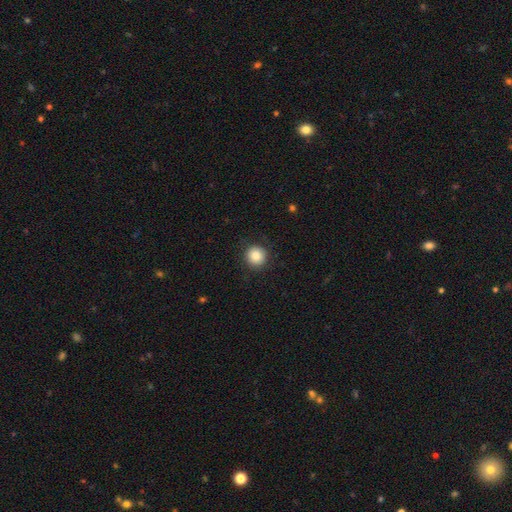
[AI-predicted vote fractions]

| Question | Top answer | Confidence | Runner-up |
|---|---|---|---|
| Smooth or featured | smooth | 85% | star or artifact (9%) |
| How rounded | round | 93% | in between (6%) |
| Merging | none | 88% | minor disturbance (8%) |